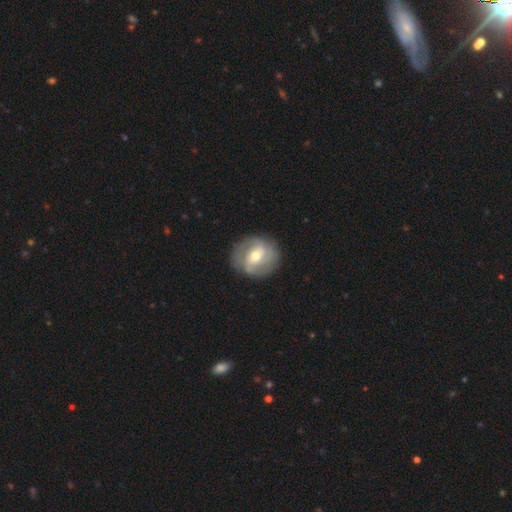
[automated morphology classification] The model was most divided on "spiral winding": medium: 41%, tight: 39%, loose: 21%. Remaining: edge-on disk — no (97%); spiral arms — yes (83%); merging — none (81%); smooth or featured — featured or disk (72%); bulge size — moderate (68%); spiral arm count — 2 (62%); bar — weak (48%).